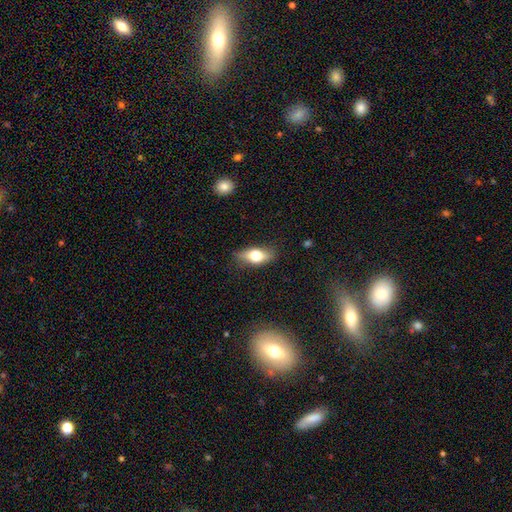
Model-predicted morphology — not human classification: smooth-or-featured: smooth: 63% | featured or disk: 29% | star or artifact: 8%
  how-rounded: in between: 78% | cigar-shaped: 15% | round: 6%
  merging: none: 81% | minor disturbance: 14% | major disturbance: 3% | merger: 1%